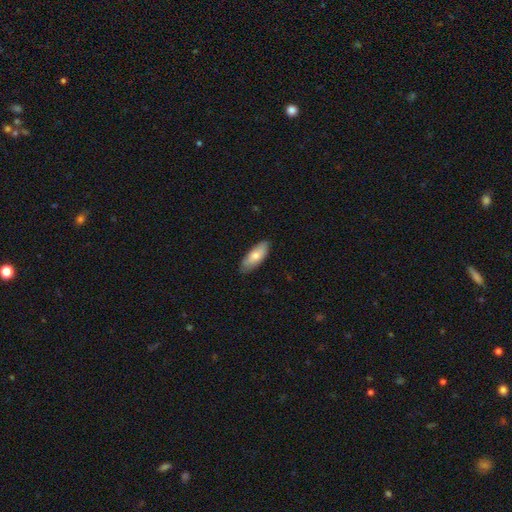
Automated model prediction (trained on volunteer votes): The model was most divided on "how rounded": in between: 74%, cigar-shaped: 24%, round: 2%. More confident: merging — none (84%); smooth or featured — smooth (73%).